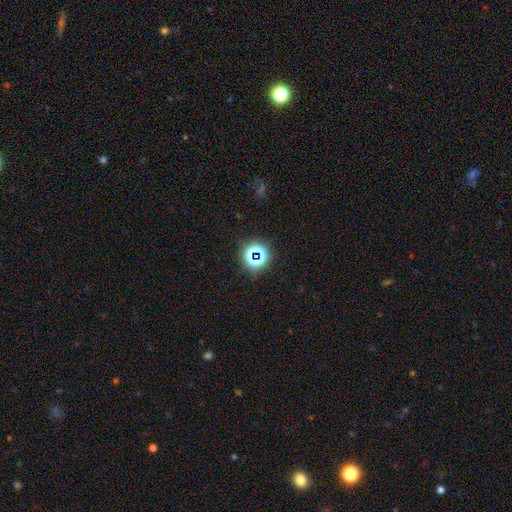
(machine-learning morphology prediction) This is likely a star or artifact rather than a galaxy (67%).